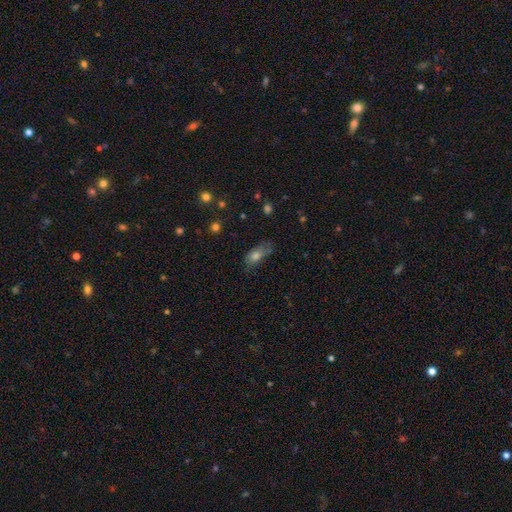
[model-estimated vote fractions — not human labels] A smooth galaxy with no disk features (67%) that is in between round and cigar-shaped (75%). Merging: none (51%).